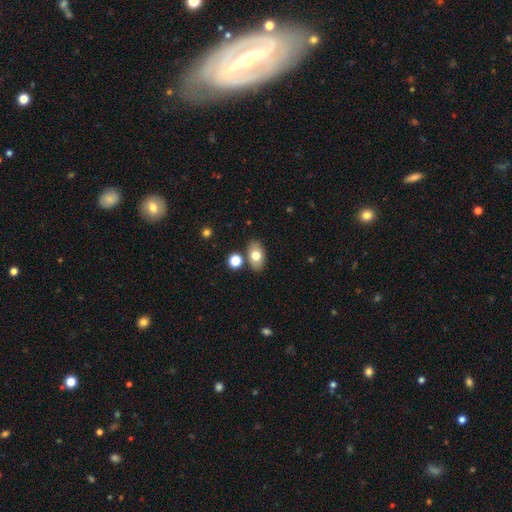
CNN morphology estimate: Smooth or featured: smooth — 74% (featured or disk — 18%)
How rounded: in between — 87% (round — 11%)
Merging: none — 79% (minor disturbance — 10%)